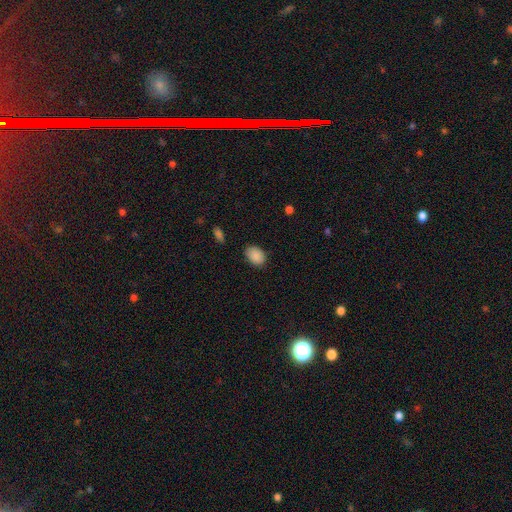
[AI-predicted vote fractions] Smooth or featured? Predicted: smooth (p=0.88). How rounded? Predicted: in between (p=0.74). Merging? Predicted: none (p=0.79).